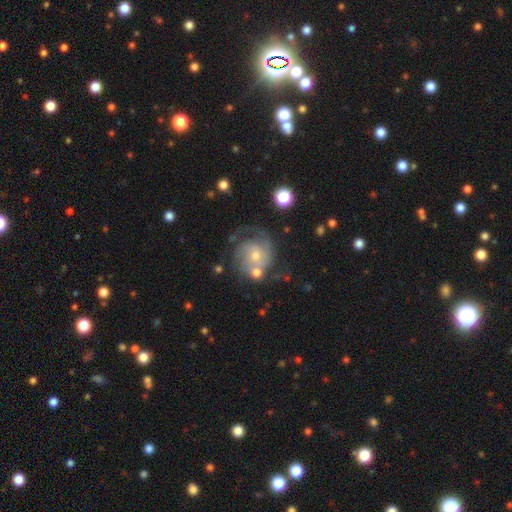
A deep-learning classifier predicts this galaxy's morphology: Smooth or featured? featured or disk (81%)
Edge-on disk? no (98%)
Bar? no (71%)
Spiral arms? yes (94%)
Spiral winding? tight (44%)
Spiral arm count? 2 (45%)
Bulge size? moderate (48%)
Merging? none (52%)